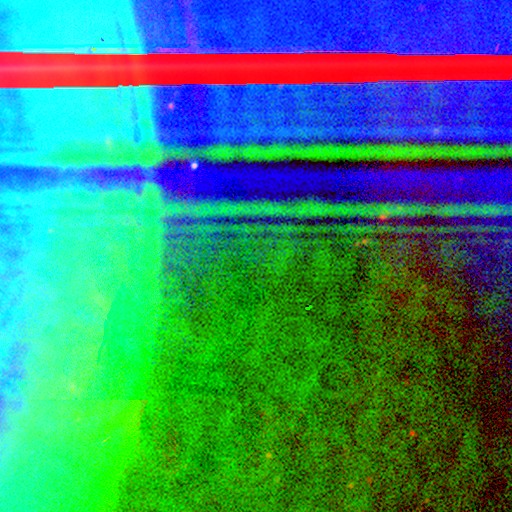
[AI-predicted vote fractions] Smooth or featured?
  - star or artifact: 75% *
  - featured or disk: 16%
  - smooth: 9%